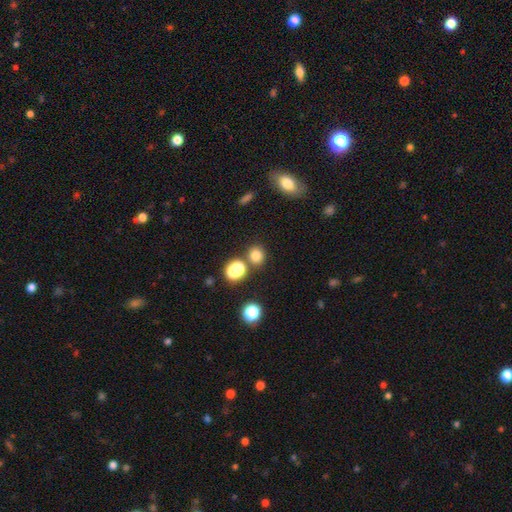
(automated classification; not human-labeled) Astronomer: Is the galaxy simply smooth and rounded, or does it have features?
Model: smooth — 77%.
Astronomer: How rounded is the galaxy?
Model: round — 84%.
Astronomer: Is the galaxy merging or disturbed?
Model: none — 75%.